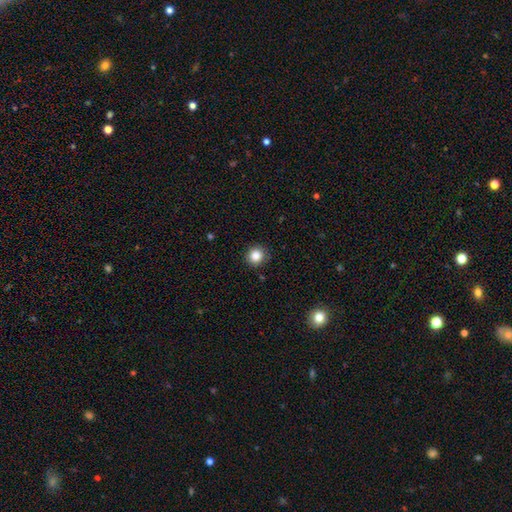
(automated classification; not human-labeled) smooth-or-featured: smooth: 84% | star or artifact: 11% | featured or disk: 5%
  how-rounded: round: 89% | in between: 10% | cigar-shaped: 1%
  merging: none: 90% | minor disturbance: 7% | major disturbance: 2% | merger: 1%